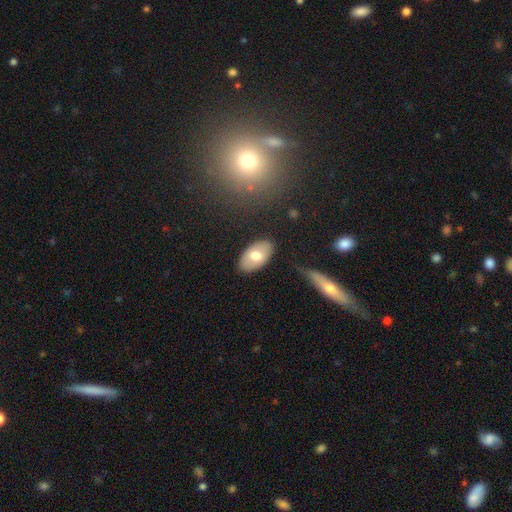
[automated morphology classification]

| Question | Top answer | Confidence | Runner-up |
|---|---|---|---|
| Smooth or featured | smooth | 69% | featured or disk (24%) |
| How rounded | in between | 94% | round (4%) |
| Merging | none | 82% | minor disturbance (13%) |